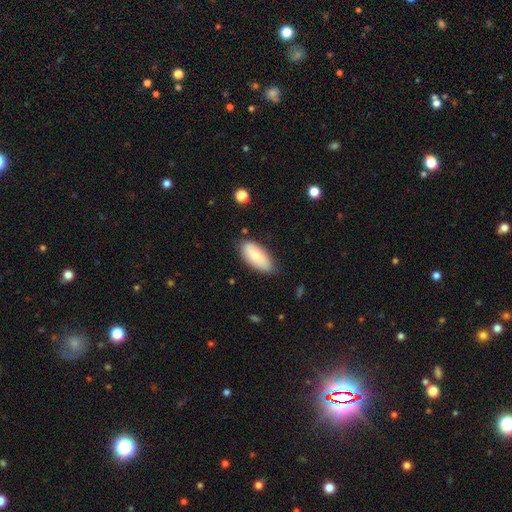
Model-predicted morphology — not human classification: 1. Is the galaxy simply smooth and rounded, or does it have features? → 80% smooth, 14% featured or disk, 6% star or artifact.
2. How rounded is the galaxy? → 90% in between, 9% cigar-shaped, 2% round.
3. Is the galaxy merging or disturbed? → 79% none, 17% minor disturbance, 3% major disturbance, 2% merger.